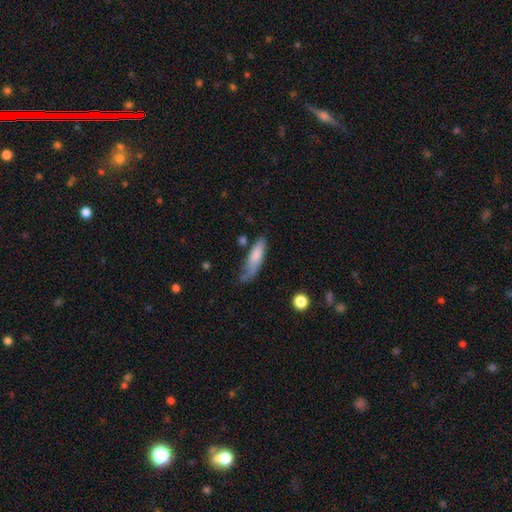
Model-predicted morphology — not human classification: Overall: smooth (71%). How rounded: cigar-shaped (52%; in between 45%). Merging: none (47%; minor disturbance 32%).